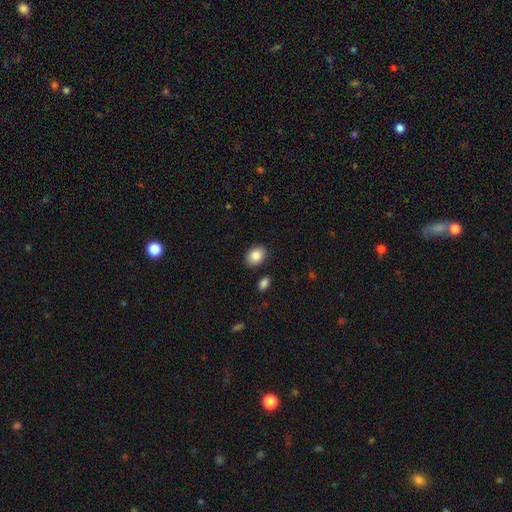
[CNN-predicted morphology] This appears to be a smooth galaxy with no disk features (86%) that is in between round and cigar-shaped (64%). Merging: none (87%).